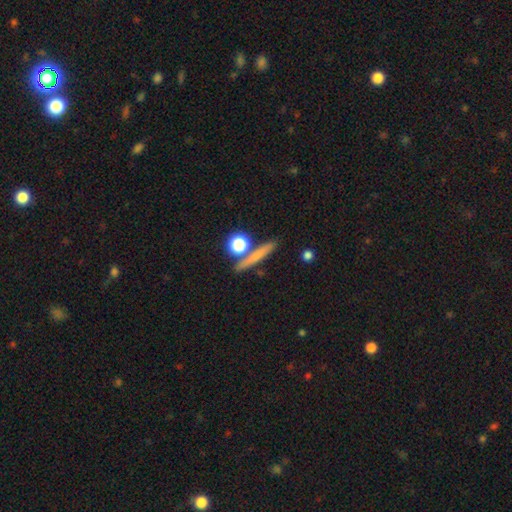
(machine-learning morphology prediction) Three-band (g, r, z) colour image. It shows a smooth galaxy with no disk features (62%) that is cigar-shaped (66%). Merging: none (78%).